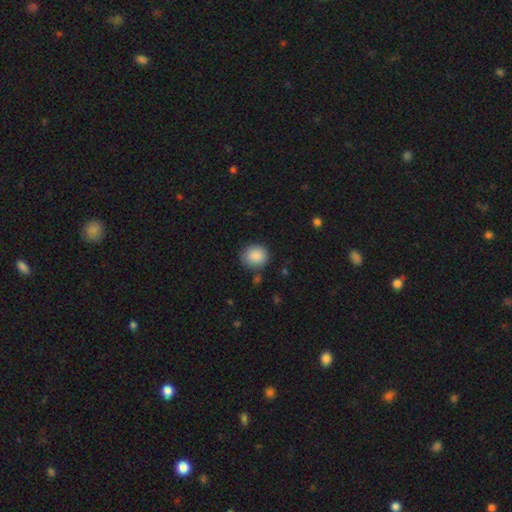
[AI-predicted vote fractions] Smooth or featured: smooth — 89% (star or artifact — 8%)
How rounded: round — 82% (in between — 17%)
Merging: none — 82% (minor disturbance — 12%)